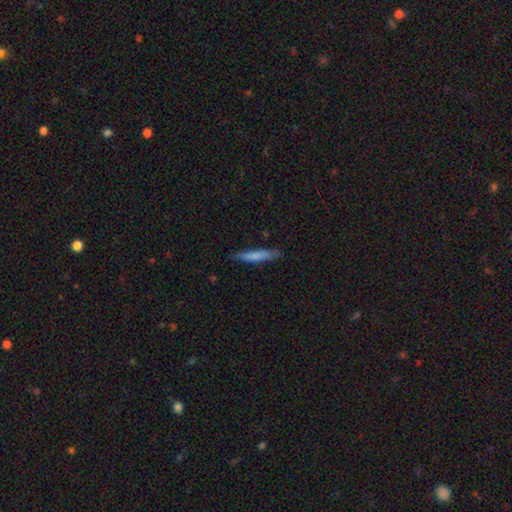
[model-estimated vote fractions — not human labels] A smooth galaxy with no disk features (73%) that is cigar-shaped (92%). Merging: none (80%).